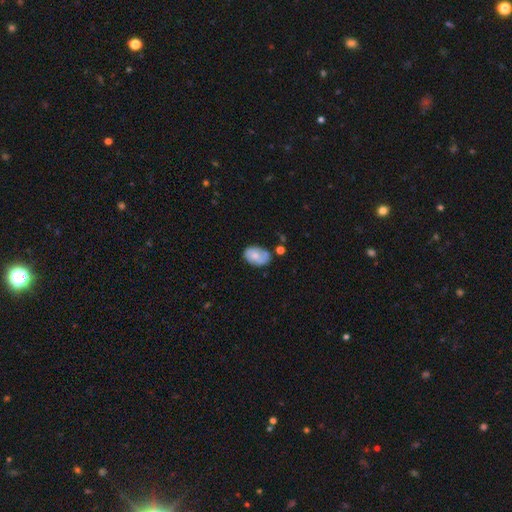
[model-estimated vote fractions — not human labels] This appears to be a smooth galaxy with no disk features (63%) that is in between round and cigar-shaped (84%). Merging: none (54%).